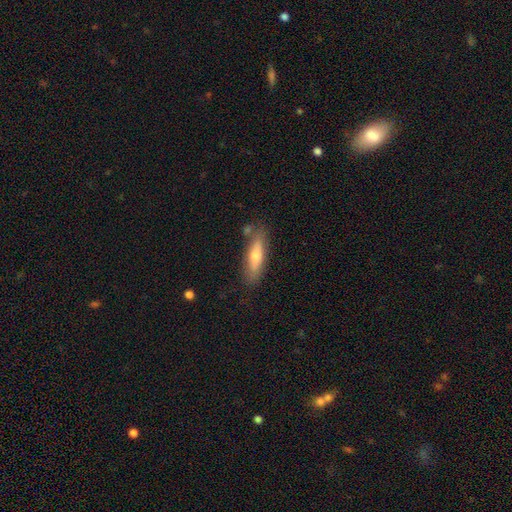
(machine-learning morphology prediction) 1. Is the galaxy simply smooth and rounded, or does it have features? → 56% smooth, 37% featured or disk, 7% star or artifact.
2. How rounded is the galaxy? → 68% cigar-shaped, 30% in between, 2% round.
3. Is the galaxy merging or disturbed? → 78% none, 15% minor disturbance, 5% merger, 3% major disturbance.